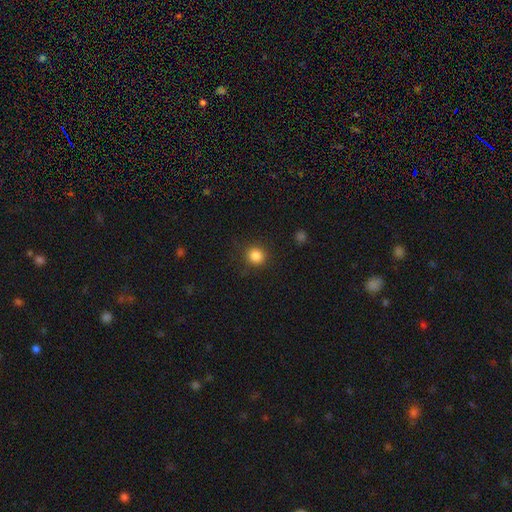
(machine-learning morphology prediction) Smooth or featured?
  - smooth: 85% *
  - star or artifact: 11%
  - featured or disk: 4%
How rounded?
  - round: 92% *
  - in between: 7%
  - cigar-shaped: 1%
Merging?
  - none: 88% *
  - minor disturbance: 8%
  - major disturbance: 3%
  - merger: 1%